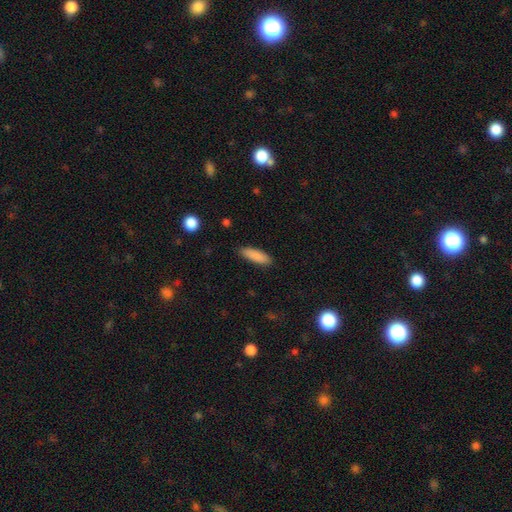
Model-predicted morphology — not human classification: Q: Smooth or featured?
A: smooth (88%); runner-up: star or artifact (6%)
Q: How rounded?
A: cigar-shaped (52%); runner-up: in between (46%)
Q: Merging?
A: none (88%); runner-up: minor disturbance (9%)